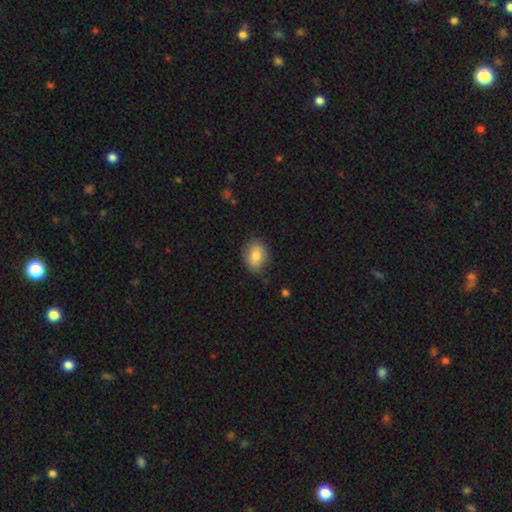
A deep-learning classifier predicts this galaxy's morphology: A smooth galaxy with no disk features (80%) that is in between round and cigar-shaped (62%).

Vote fractions:
- Smooth or featured? smooth: 80% / featured or disk: 12% / star or artifact: 8%
- How rounded? in between: 62% / round: 37% / cigar-shaped: 1%
- Merging? none: 79% / minor disturbance: 16% / major disturbance: 3% / merger: 1%